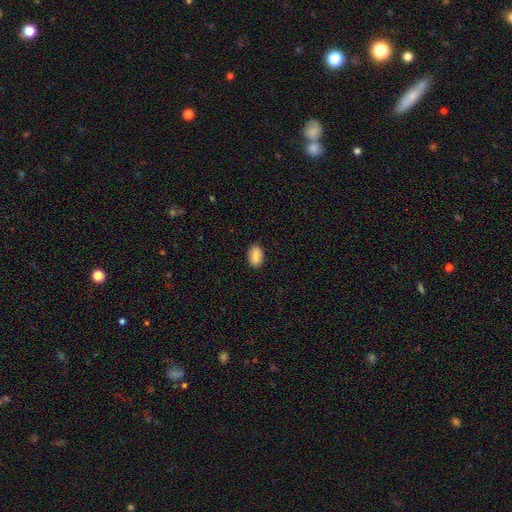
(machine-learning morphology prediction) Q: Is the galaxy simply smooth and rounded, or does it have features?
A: smooth — 87%.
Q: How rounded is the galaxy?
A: in between — 90%.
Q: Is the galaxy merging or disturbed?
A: none — 85%.